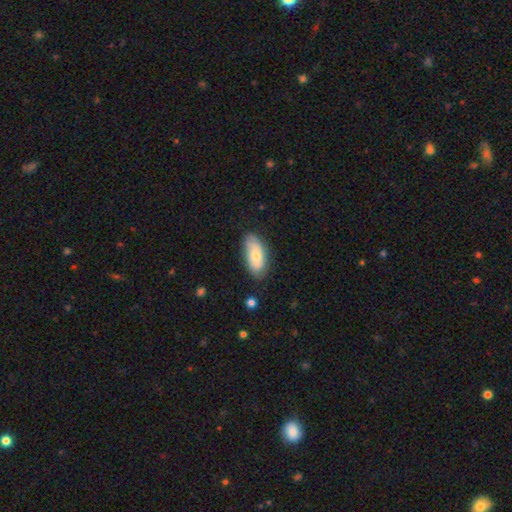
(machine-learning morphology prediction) A smooth galaxy with no disk features (72%) that is in between round and cigar-shaped (89%).

Vote fractions:
- Smooth or featured? smooth: 72% / featured or disk: 22% / star or artifact: 6%
- How rounded? in between: 89% / cigar-shaped: 8% / round: 2%
- Merging? none: 77% / minor disturbance: 17% / major disturbance: 4% / merger: 2%